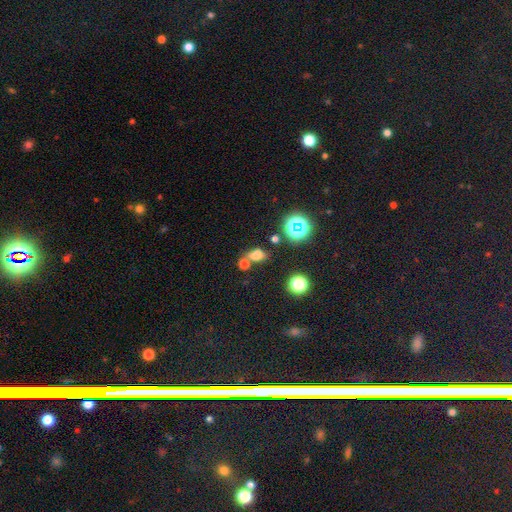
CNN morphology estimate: A smooth galaxy with no disk features (67%) that is in between round and cigar-shaped (69%). Merging: none (47%).